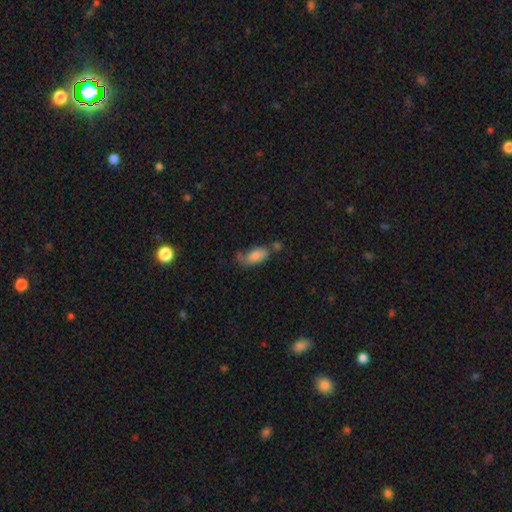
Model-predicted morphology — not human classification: A smooth galaxy with no disk features (80%) that is in between round and cigar-shaped (90%). Merging: none (44%).